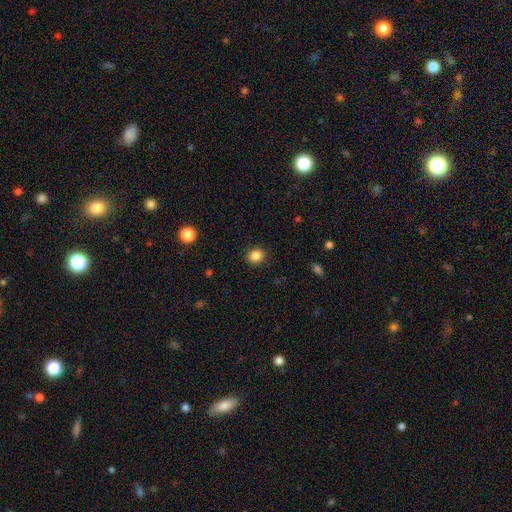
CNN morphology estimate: smooth_or_featured: smooth (p=0.86) [alt: star or artifact p=0.11]
how_rounded: round (p=0.75) [alt: in between p=0.24]
merging: none (p=0.89) [alt: minor disturbance p=0.08]